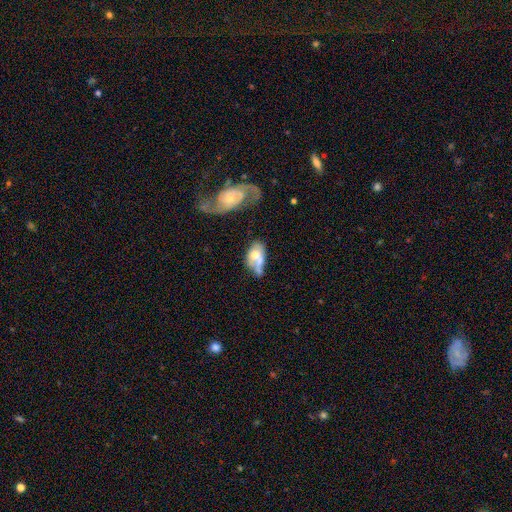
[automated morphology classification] smooth 47%, featured or disk 46%, star or artifact 7%. Down the decision tree: merging — merger (39%).